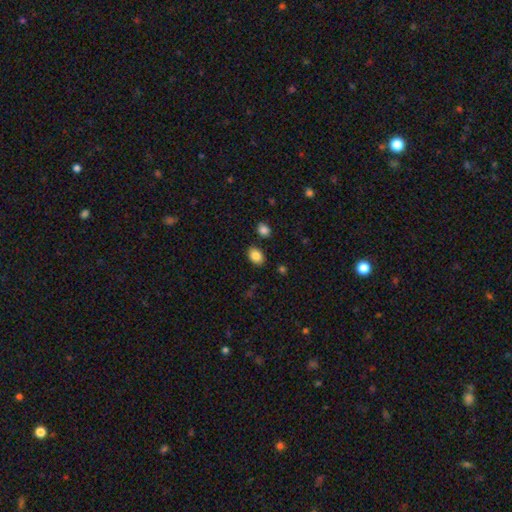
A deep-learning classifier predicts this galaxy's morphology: Smooth or featured? smooth (85%)
How rounded? in between (76%)
Merging? none (85%)